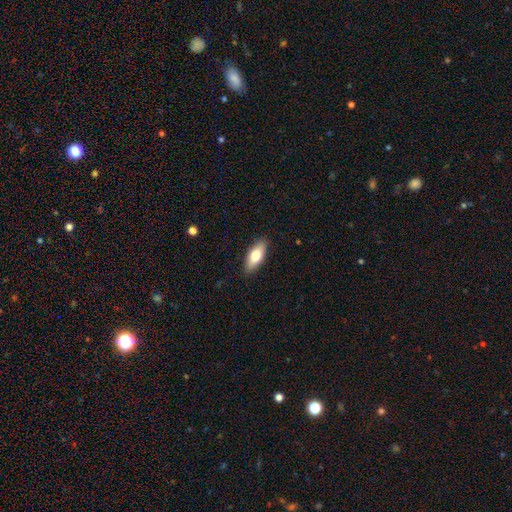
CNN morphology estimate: The model was most divided on "smooth or featured": smooth: 74%, featured or disk: 20%, star or artifact: 6%. More confident: merging — none (89%); how rounded — in between (81%).